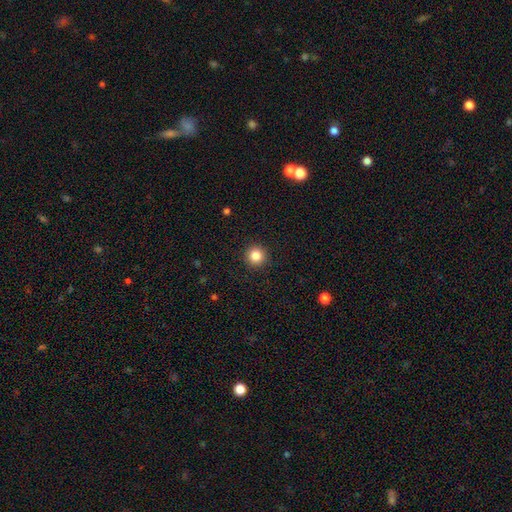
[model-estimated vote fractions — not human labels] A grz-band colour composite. It shows a smooth galaxy with no disk features (85%) that is round (96%). Merging: none (93%).